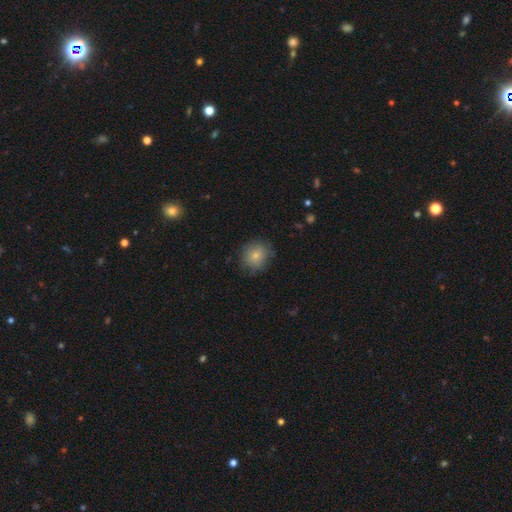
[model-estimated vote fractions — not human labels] A smooth galaxy with no disk features (80%) that is round (82%).

Vote fractions:
- Smooth or featured? smooth: 80% / featured or disk: 11% / star or artifact: 9%
- How rounded? round: 82% / in between: 17% / cigar-shaped: 1%
- Merging? none: 79% / minor disturbance: 16% / major disturbance: 4% / merger: 1%